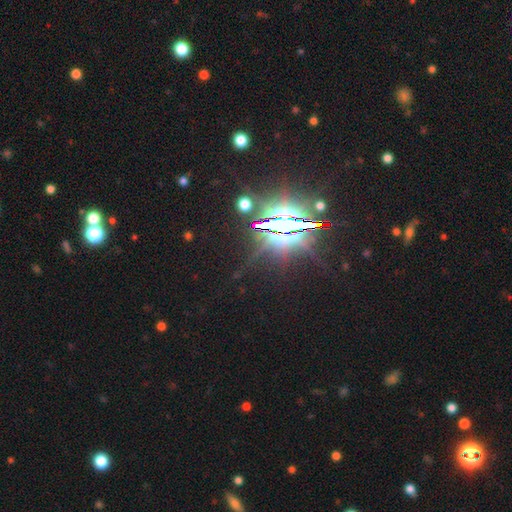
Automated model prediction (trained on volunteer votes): Overall: star or artifact (84%).